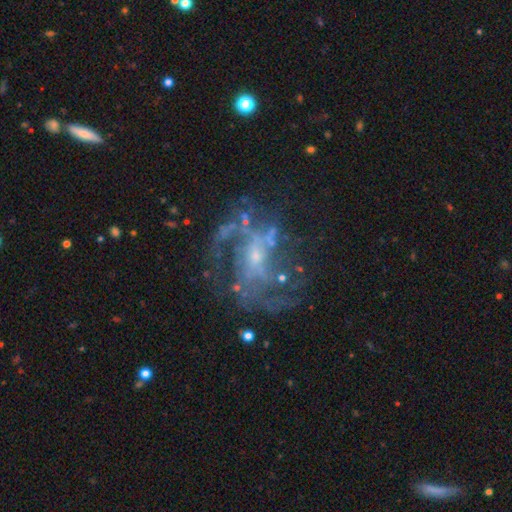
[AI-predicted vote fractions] Smooth or featured?
  - featured or disk: 83% *
  - star or artifact: 10%
  - smooth: 7%
Edge-on disk?
  - no: 97% *
  - yes: 3%
Bar?
  - no: 48% *
  - weak: 38%
  - strong: 14%
Spiral arms?
  - yes: 85% *
  - no: 15%
Spiral winding?
  - medium: 43% *
  - loose: 39%
  - tight: 18%
Spiral arm count?
  - 2: 38% *
  - can't tell: 24%
  - 3: 18%
  - 4: 8%
  - 1: 7%
  - more than 4: 5%
Bulge size?
  - small: 68% *
  - moderate: 22%
  - none: 8%
  - large: 2%
  - dominant: 1%
Merging?
  - none: 55% *
  - major disturbance: 24%
  - minor disturbance: 17%
  - merger: 3%